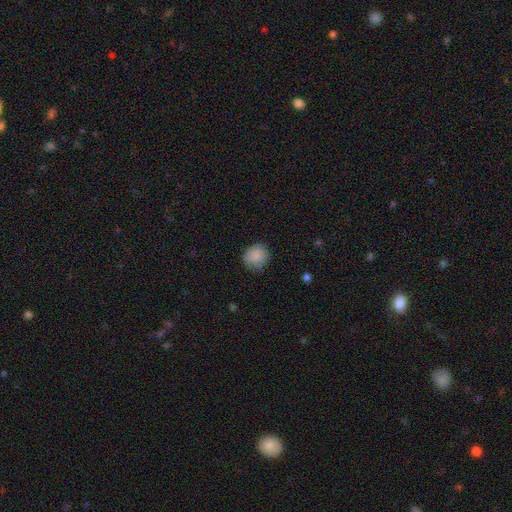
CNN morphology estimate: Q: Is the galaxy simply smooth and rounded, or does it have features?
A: smooth — 87%.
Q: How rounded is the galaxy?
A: round — 86%.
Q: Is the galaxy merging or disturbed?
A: none — 79%.